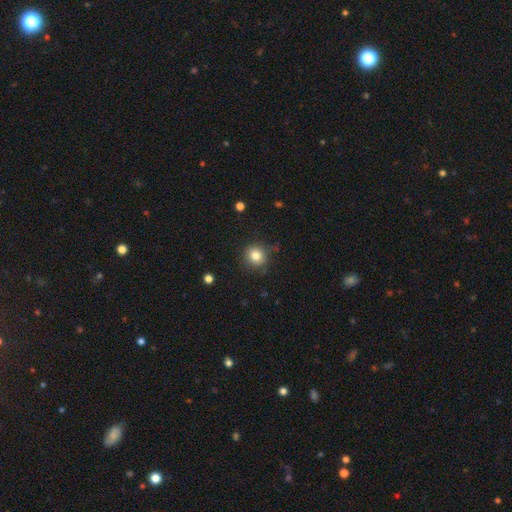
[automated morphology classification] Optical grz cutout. It shows a smooth galaxy with no disk features (82%) that is round (90%). Merging: none (84%).